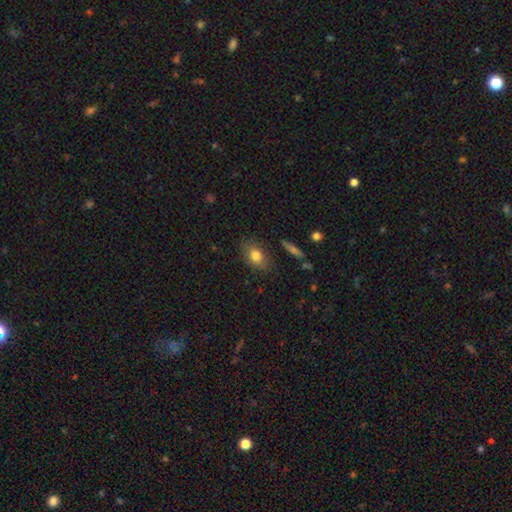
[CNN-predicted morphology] This appears to be a smooth galaxy with no disk features (79%) that is in between round and cigar-shaped (75%). Merging: none (78%).